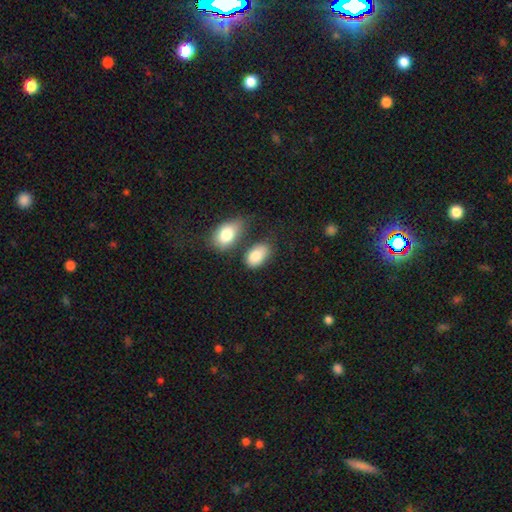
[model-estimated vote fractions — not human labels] Smooth or featured? smooth (86%)
How rounded? in between (91%)
Merging? none (58%)